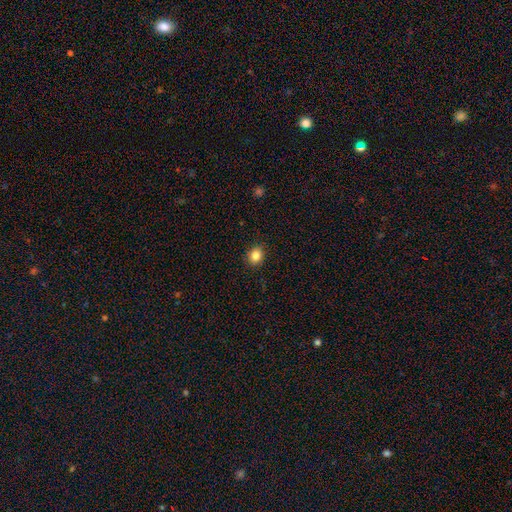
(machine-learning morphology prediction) smooth 84%, star or artifact 11%, featured or disk 5%. Down the decision tree: how rounded — round (66%); merging — none (90%).